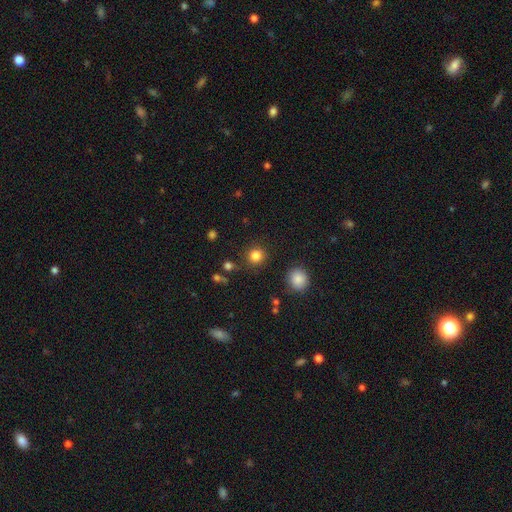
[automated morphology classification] smooth 83%, star or artifact 12%, featured or disk 4%. Down the decision tree: how rounded — round (92%); merging — none (88%).